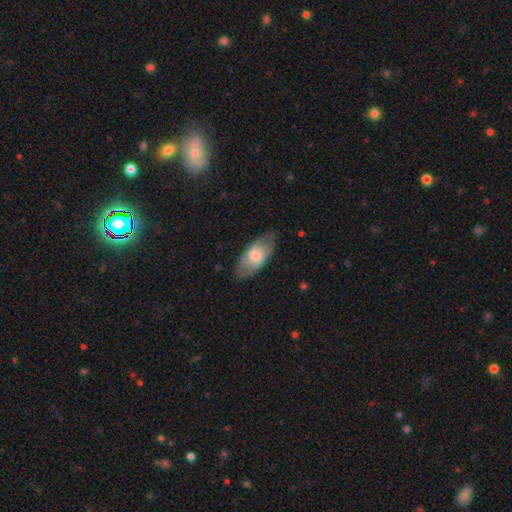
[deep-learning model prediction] This appears to be a featured or disk galaxy (58%) with no bar (63%), spiral arms (84%) and a moderate central bulge (59%). Merging: none (75%).